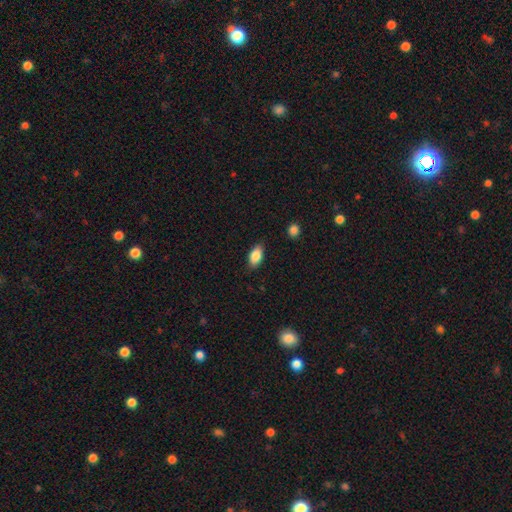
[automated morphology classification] smooth 85%, star or artifact 7%, featured or disk 7%. Down the decision tree: how rounded — in between (90%); merging — none (81%).